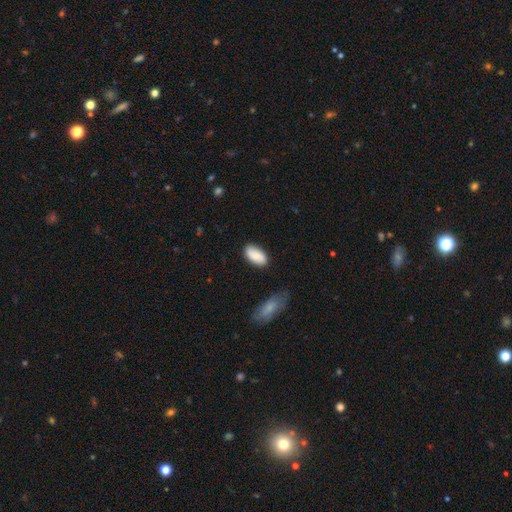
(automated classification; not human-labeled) smooth-or-featured: smooth: 84% | featured or disk: 9% | star or artifact: 6%
  how-rounded: in between: 94% | cigar-shaped: 4% | round: 3%
  merging: none: 79% | minor disturbance: 15% | merger: 3% | major disturbance: 3%